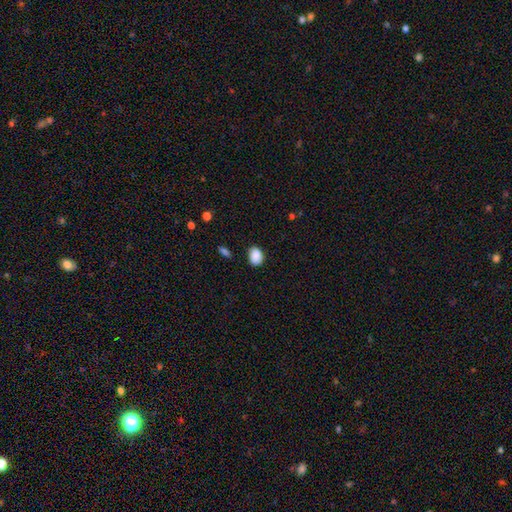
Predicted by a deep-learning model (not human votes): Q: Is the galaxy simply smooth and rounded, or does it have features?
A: smooth — 89%.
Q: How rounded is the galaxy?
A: in between — 72%.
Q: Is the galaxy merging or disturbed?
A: none — 83%.